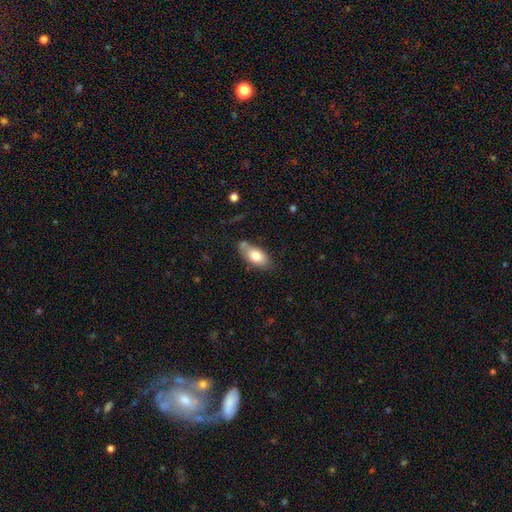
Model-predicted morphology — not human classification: smooth 77%, featured or disk 16%, star or artifact 7%. Down the decision tree: how rounded — in between (90%); merging — none (61%).